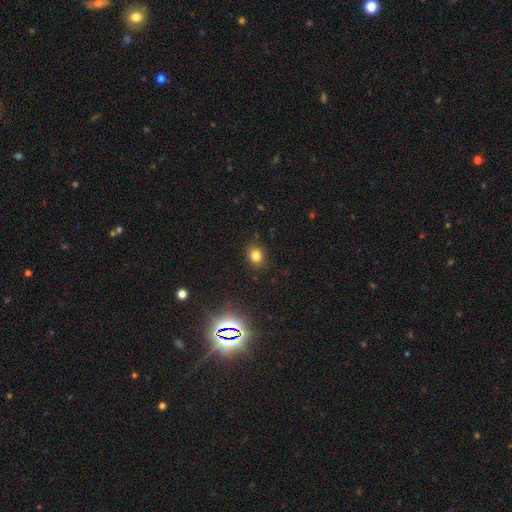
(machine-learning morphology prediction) A smooth galaxy with no disk features (78%) that is round (67%). Merging: none (88%).